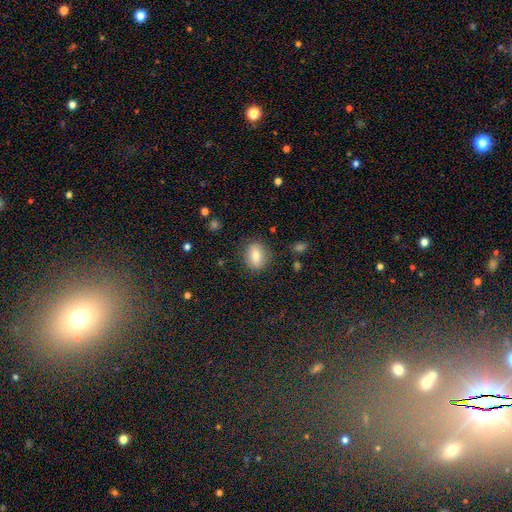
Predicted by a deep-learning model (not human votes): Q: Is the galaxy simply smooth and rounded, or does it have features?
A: smooth — 79%.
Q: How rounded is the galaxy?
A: in between — 57%.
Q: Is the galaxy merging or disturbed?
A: none — 85%.